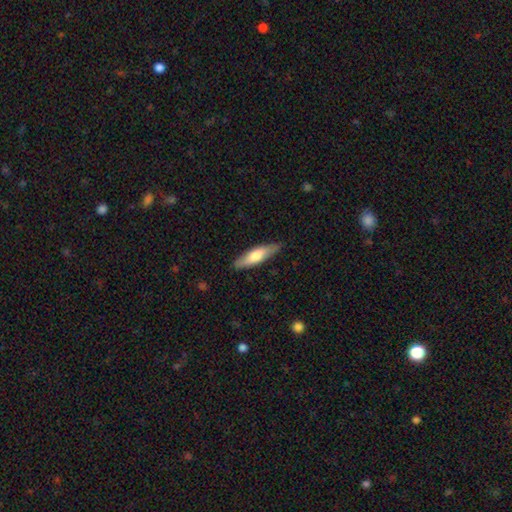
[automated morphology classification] smooth 62%, featured or disk 32%, star or artifact 5%. Down the decision tree: how rounded — cigar-shaped (65%); merging — none (87%).